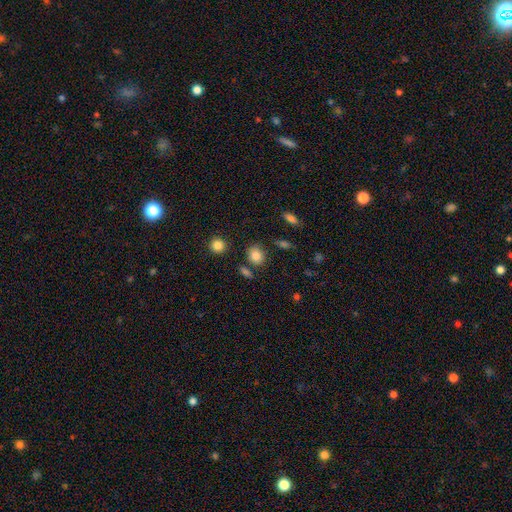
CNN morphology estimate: smooth-or-featured: smooth: 84% | star or artifact: 10% | featured or disk: 6%
  how-rounded: round: 59% | in between: 40% | cigar-shaped: 1%
  merging: none: 78% | minor disturbance: 11% | merger: 7% | major disturbance: 3%